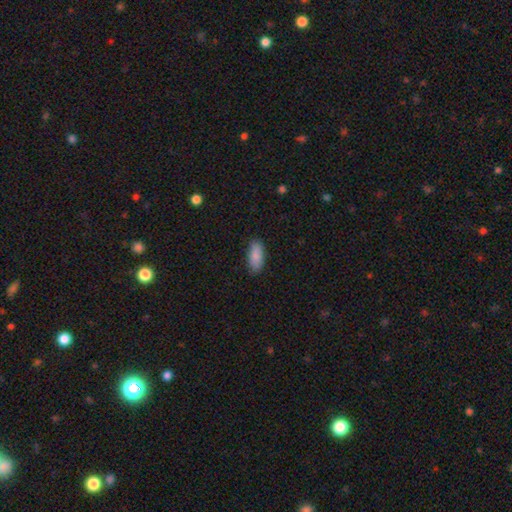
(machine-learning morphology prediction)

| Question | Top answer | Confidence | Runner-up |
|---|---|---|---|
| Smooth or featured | smooth | 86% | featured or disk (7%) |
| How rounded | in between | 85% | cigar-shaped (12%) |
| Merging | none | 86% | minor disturbance (11%) |